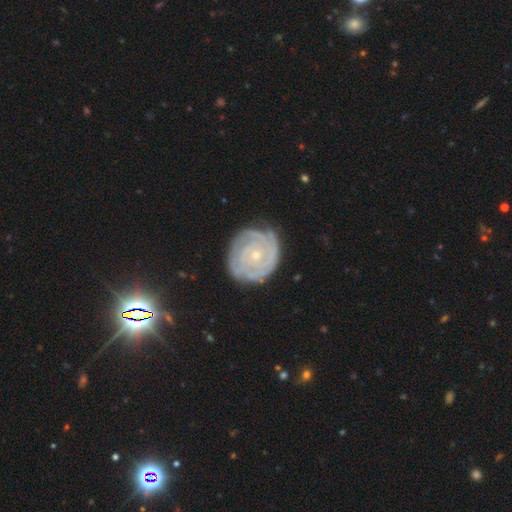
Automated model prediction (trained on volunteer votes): This appears to be a featured or disk galaxy (83%) with no bar (81%), tight (85%) spiral arms (95%) and a small central bulge (79%). Merging: none (76%).